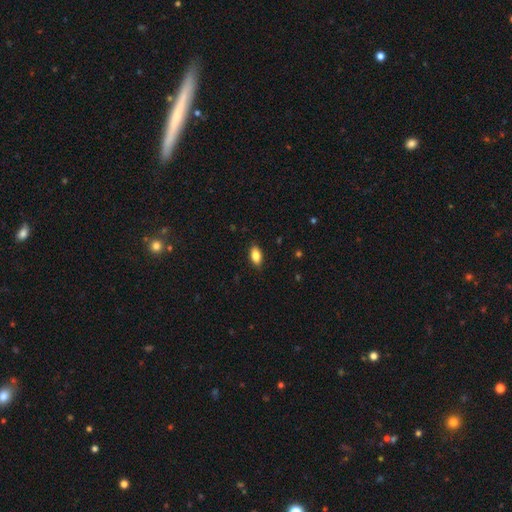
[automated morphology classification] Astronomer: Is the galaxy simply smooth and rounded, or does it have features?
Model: smooth — 85%.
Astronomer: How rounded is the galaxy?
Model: in between — 90%.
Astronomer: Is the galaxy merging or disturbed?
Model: none — 87%.